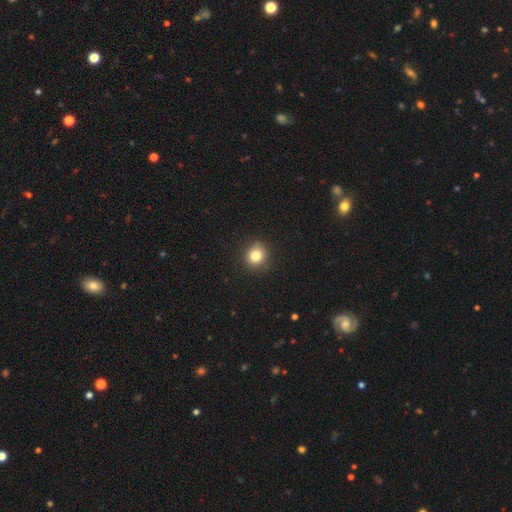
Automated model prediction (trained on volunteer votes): Morphology: type=smooth (82%); roundness=round (89%); merging=none (90%).